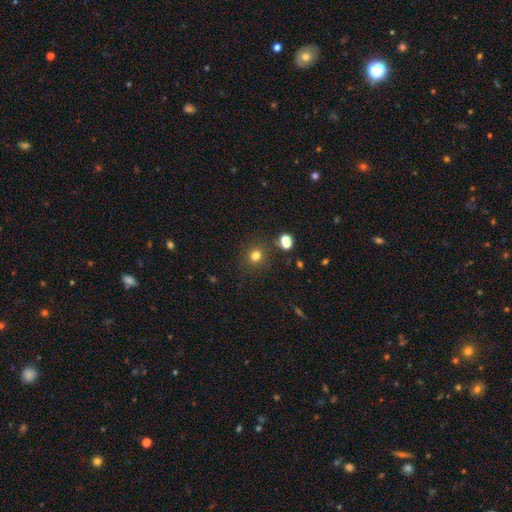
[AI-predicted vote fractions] Overall: smooth (77%). How rounded: round (91%). Merging: none (85%).